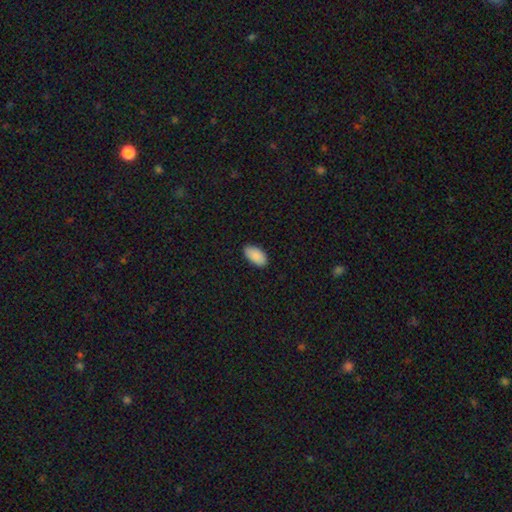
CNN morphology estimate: Smooth or featured? smooth (90%)
How rounded? in between (95%)
Merging? none (87%)